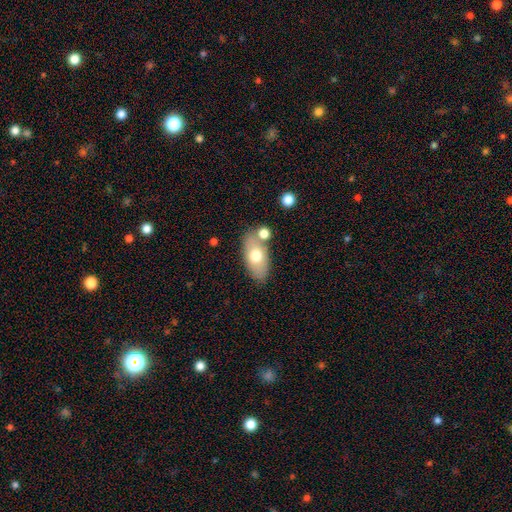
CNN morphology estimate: A smooth galaxy with no disk features (68%) that is in between round and cigar-shaped (90%).

Vote fractions:
- Smooth or featured? smooth: 68% / featured or disk: 25% / star or artifact: 7%
- How rounded? in between: 90% / cigar-shaped: 5% / round: 5%
- Merging? none: 70% / minor disturbance: 13% / merger: 13% / major disturbance: 4%